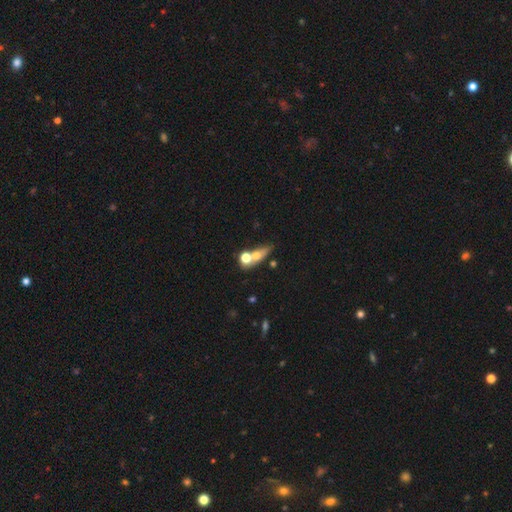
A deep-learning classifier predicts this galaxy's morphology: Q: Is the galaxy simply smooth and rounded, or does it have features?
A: smooth — 60%.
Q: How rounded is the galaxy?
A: in between — 40%.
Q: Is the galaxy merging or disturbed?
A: merger — 41%.